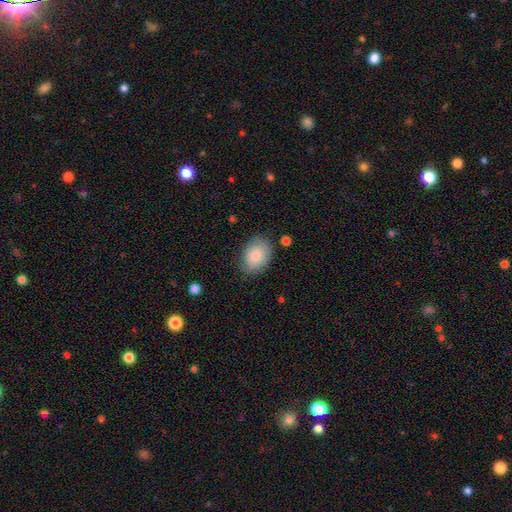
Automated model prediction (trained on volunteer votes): smooth 83%, featured or disk 11%, star or artifact 6%. Down the decision tree: how rounded — in between (81%); merging — none (77%).